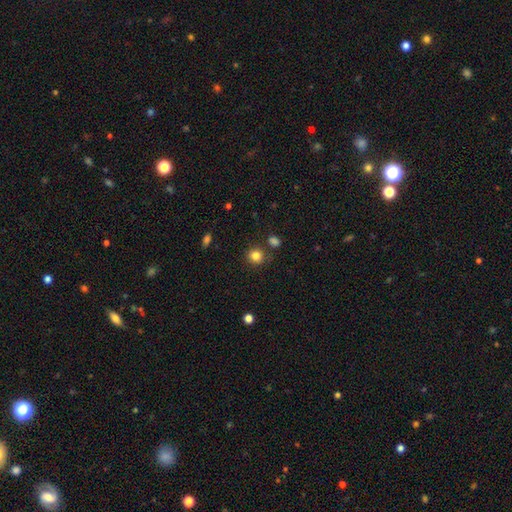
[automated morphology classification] Smooth or featured: smooth — 83% (star or artifact — 11%)
How rounded: round — 84% (in between — 15%)
Merging: none — 80% (minor disturbance — 11%)